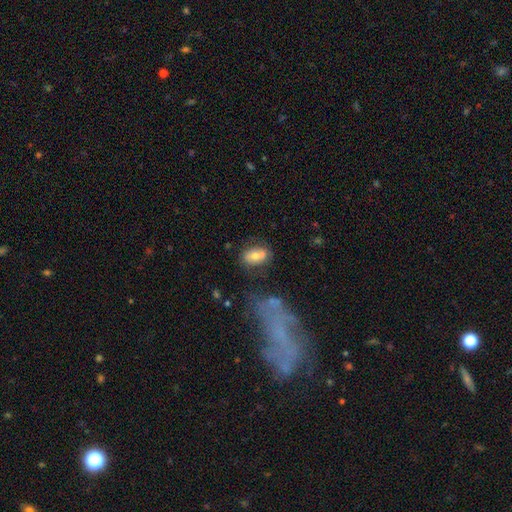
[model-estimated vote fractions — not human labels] This appears to be a smooth galaxy with no disk features (66%) that is in between round and cigar-shaped (81%). Merging: none (59%).